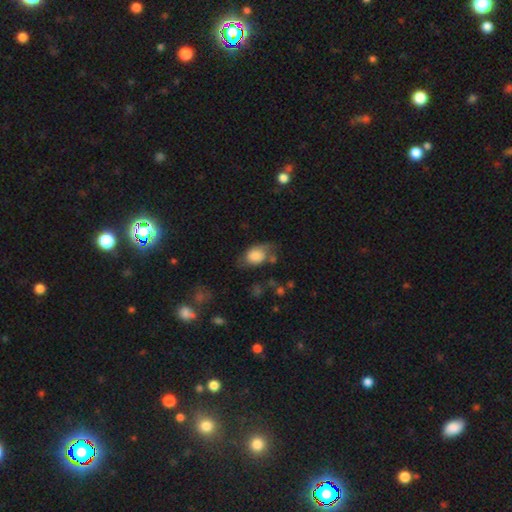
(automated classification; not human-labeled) Q: Smooth or featured?
A: smooth (73%); runner-up: featured or disk (19%)
Q: How rounded?
A: in between (75%); runner-up: round (23%)
Q: Merging?
A: none (48%); runner-up: minor disturbance (30%)